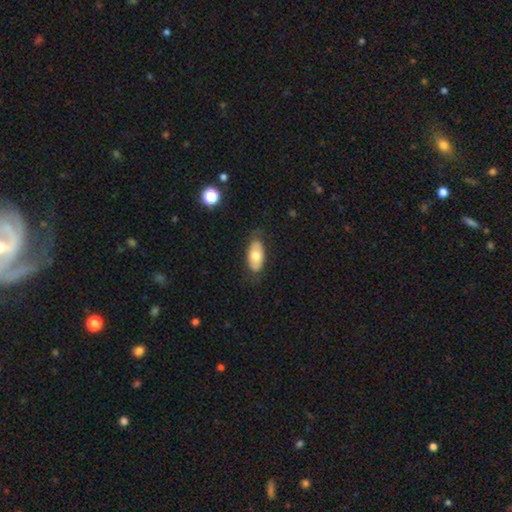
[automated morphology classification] Q: Smooth or featured?
A: smooth (66%); runner-up: featured or disk (28%)
Q: How rounded?
A: in between (92%); runner-up: cigar-shaped (5%)
Q: Merging?
A: none (77%); runner-up: minor disturbance (18%)